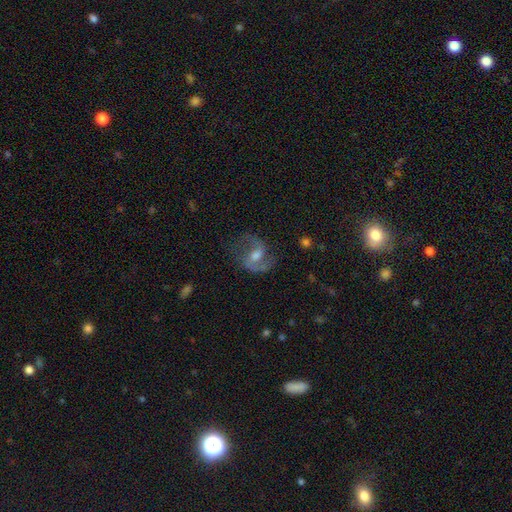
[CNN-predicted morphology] Smooth or featured: featured or disk — 81% (smooth — 11%)
Edge-on disk: no — 97% (yes — 3%)
Bar: weak — 53% (no — 27%)
Spiral arms: yes — 93% (no — 7%)
Spiral winding: medium — 52% (loose — 37%)
Spiral arm count: 2 — 88% (can't tell — 4%)
Bulge size: moderate — 58% (small — 26%)
Merging: none — 66% (minor disturbance — 18%)